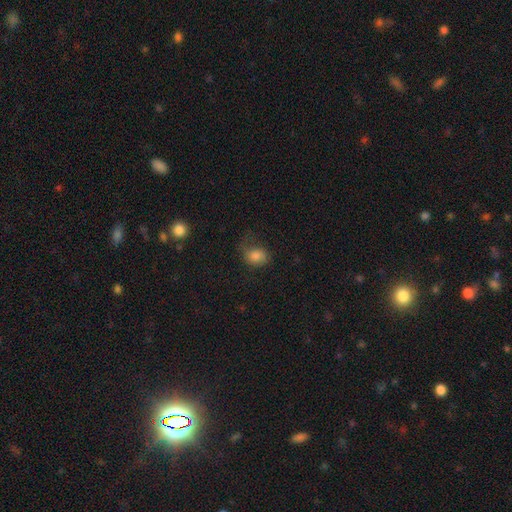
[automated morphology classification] Smooth or featured?
  - smooth: 77% *
  - featured or disk: 13%
  - star or artifact: 10%
How rounded?
  - round: 52% *
  - in between: 46%
  - cigar-shaped: 1%
Merging?
  - none: 45% *
  - minor disturbance: 28%
  - major disturbance: 25%
  - merger: 2%